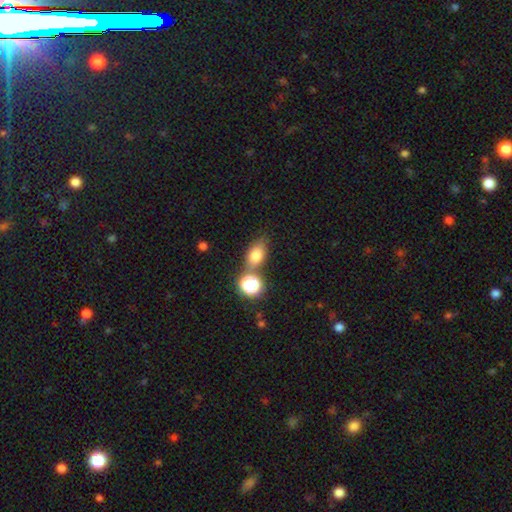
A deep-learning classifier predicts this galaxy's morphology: smooth_or_featured: smooth (p=0.75) [alt: star or artifact p=0.14]
how_rounded: in between (p=0.76) [alt: round p=0.21]
merging: none (p=0.63) [alt: merger p=0.17]